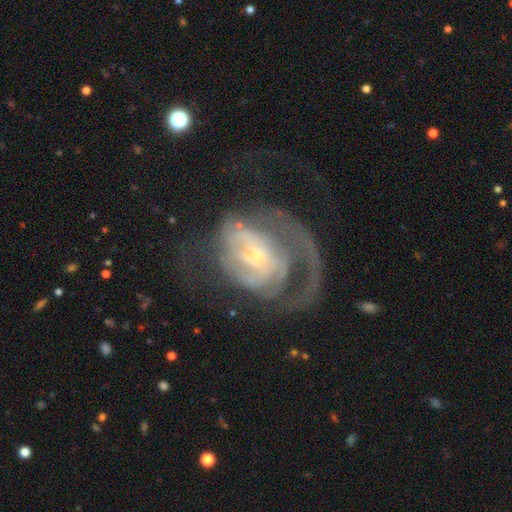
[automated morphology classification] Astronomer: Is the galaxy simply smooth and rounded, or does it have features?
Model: featured or disk — 81%.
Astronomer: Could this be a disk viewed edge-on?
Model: no — 97%.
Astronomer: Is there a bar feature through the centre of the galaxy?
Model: no — 58% (runner-up: weak, 34%).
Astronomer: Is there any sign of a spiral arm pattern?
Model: yes — 86%.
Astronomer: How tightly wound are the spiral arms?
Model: medium — 39% (runner-up: tight, 37%).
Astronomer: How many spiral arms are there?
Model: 1 — 41% (runner-up: can't tell, 23%).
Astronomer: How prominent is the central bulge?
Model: small — 55% (runner-up: moderate, 35%).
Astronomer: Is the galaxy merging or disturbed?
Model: major disturbance — 48% (runner-up: none, 33%).